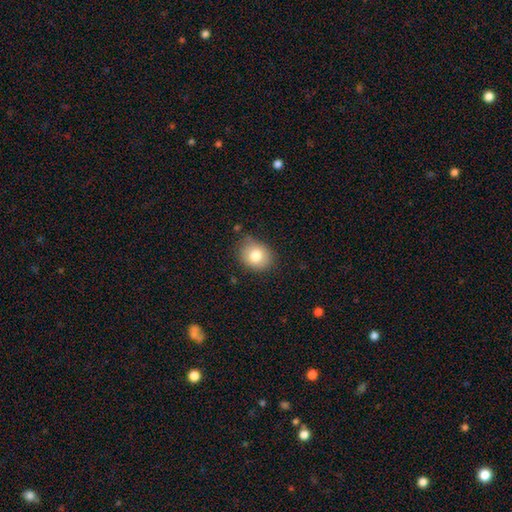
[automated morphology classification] Smooth or featured: smooth — 79% (featured or disk — 11%)
How rounded: round — 65% (in between — 34%)
Merging: none — 76% (minor disturbance — 18%)